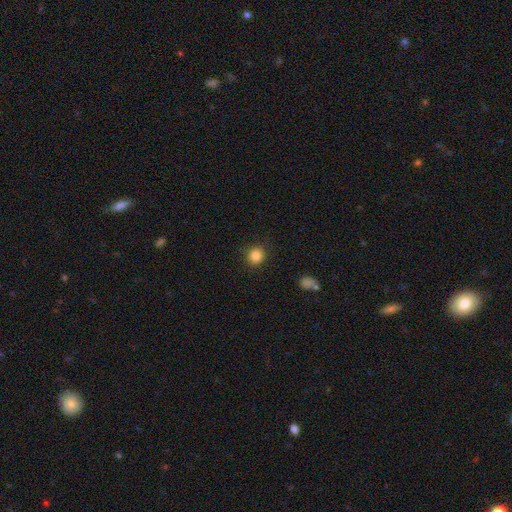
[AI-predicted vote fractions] This appears to be a smooth galaxy with no disk features (85%) that is round (86%). Merging: none (89%).